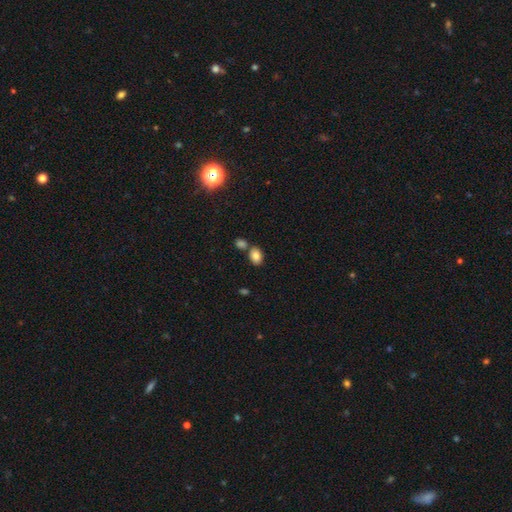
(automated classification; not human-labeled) smooth 83%, star or artifact 9%, featured or disk 8%. Down the decision tree: how rounded — in between (79%); merging — none (66%).